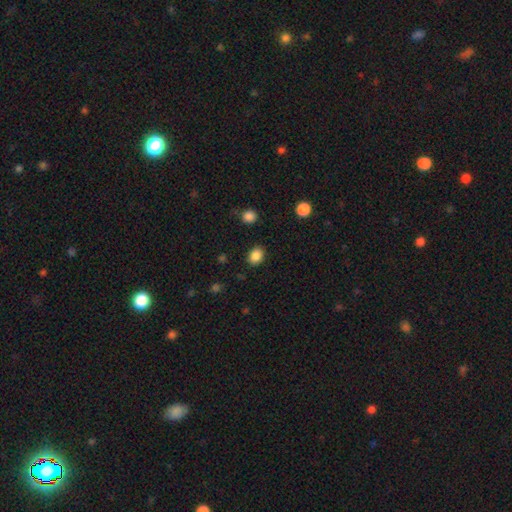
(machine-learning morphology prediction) Smooth or featured? Predicted: smooth (p=0.86). How rounded? Predicted: in between (p=0.59). Merging? Predicted: none (p=0.86).